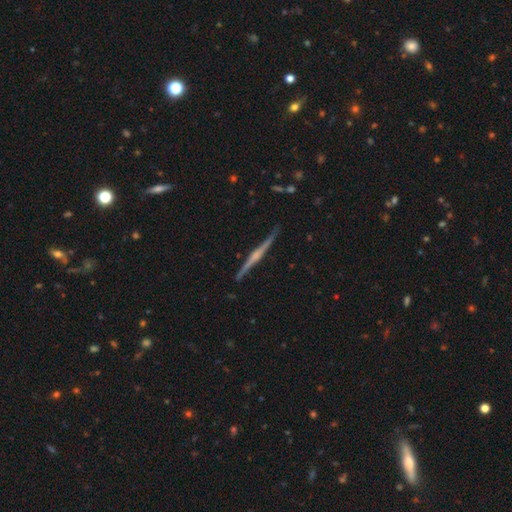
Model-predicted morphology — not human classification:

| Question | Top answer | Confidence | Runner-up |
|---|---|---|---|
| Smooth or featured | featured or disk | 81% | smooth (13%) |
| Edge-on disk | yes | 98% | no (2%) |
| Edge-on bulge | rounded | 66% | none (19%) |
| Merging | none | 87% | minor disturbance (10%) |